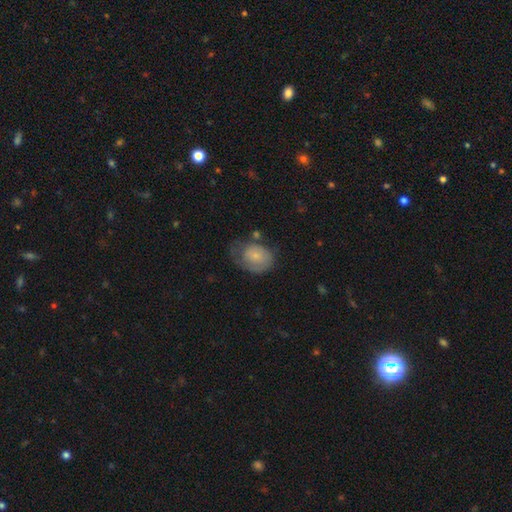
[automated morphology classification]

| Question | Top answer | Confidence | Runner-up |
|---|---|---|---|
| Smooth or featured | smooth | 62% | featured or disk (31%) |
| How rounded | in between | 61% | round (38%) |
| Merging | none | 37% | minor disturbance (33%) |